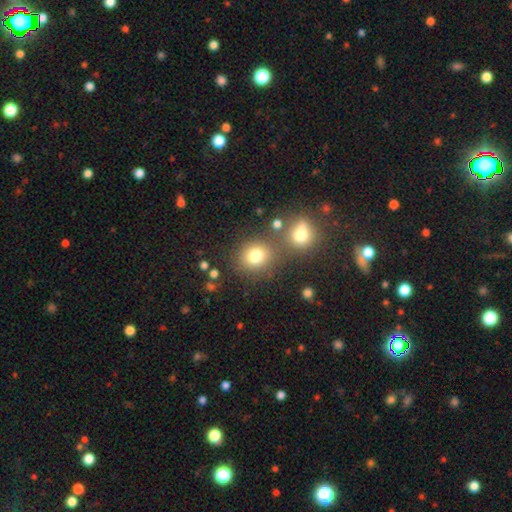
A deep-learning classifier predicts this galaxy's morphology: Smooth or featured: smooth — 78% (star or artifact — 14%)
How rounded: round — 80% (in between — 19%)
Merging: none — 68% (merger — 18%)